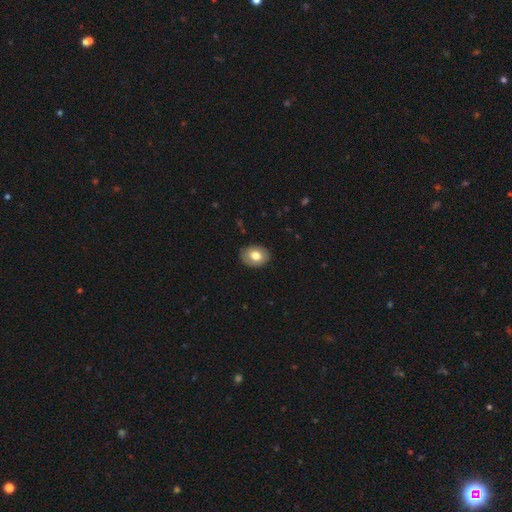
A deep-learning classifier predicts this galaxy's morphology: Q: Smooth or featured?
A: smooth (76%); runner-up: featured or disk (16%)
Q: How rounded?
A: in between (67%); runner-up: round (32%)
Q: Merging?
A: none (87%); runner-up: minor disturbance (10%)